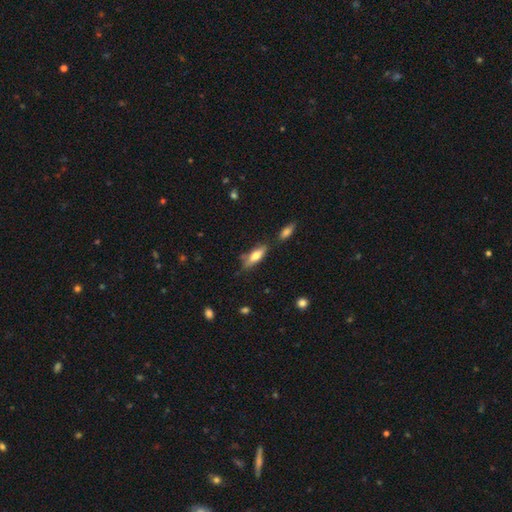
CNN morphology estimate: Overall: smooth (68%). How rounded: in between (60%; cigar-shaped 38%). Merging: none (67%).